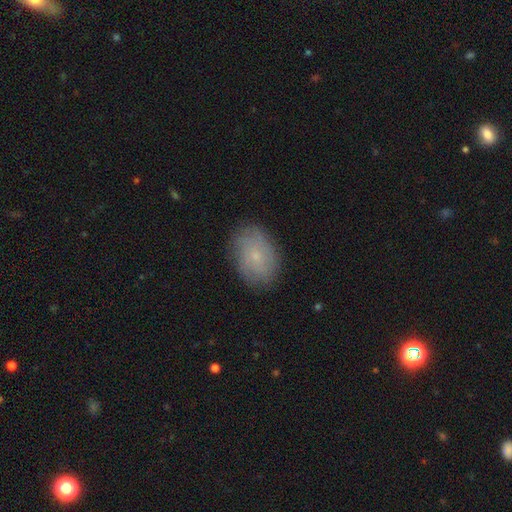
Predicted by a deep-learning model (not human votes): Smooth or featured: smooth — 57% (featured or disk — 33%)
How rounded: in between — 78% (round — 20%)
Merging: none — 81% (minor disturbance — 14%)